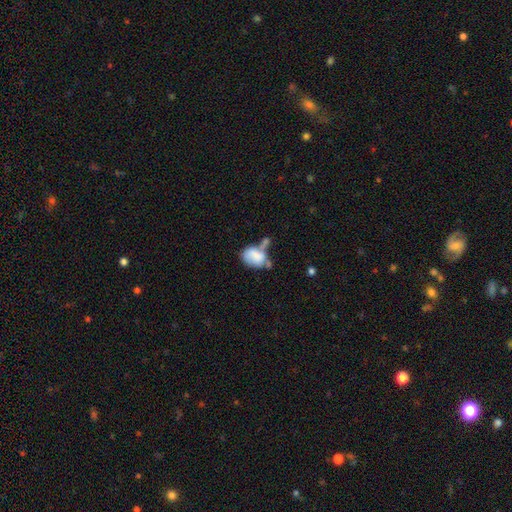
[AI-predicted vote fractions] smooth_or_featured: smooth (p=0.69) [alt: featured or disk p=0.22]
how_rounded: in between (p=0.79) [alt: round p=0.20]
merging: merger (p=0.40) [alt: major disturbance p=0.21]